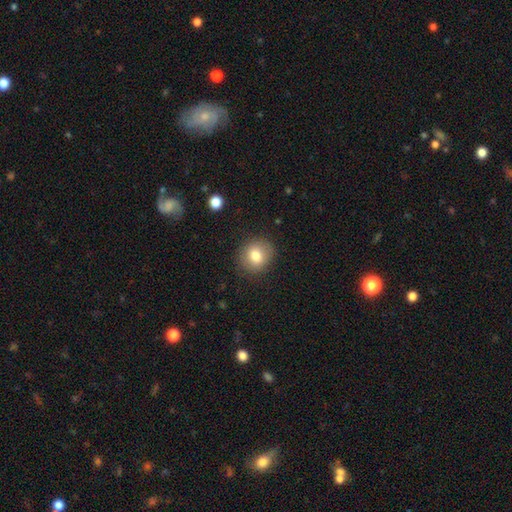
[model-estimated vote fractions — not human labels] smooth 79%, featured or disk 11%, star or artifact 9%. Down the decision tree: how rounded — round (75%); merging — none (85%).